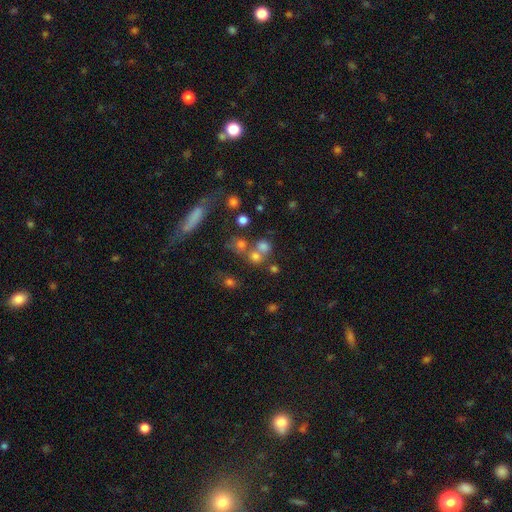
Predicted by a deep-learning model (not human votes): Overall: smooth (60%; star or artifact 24%). How rounded: round (80%). Merging: none (47%; merger 39%).